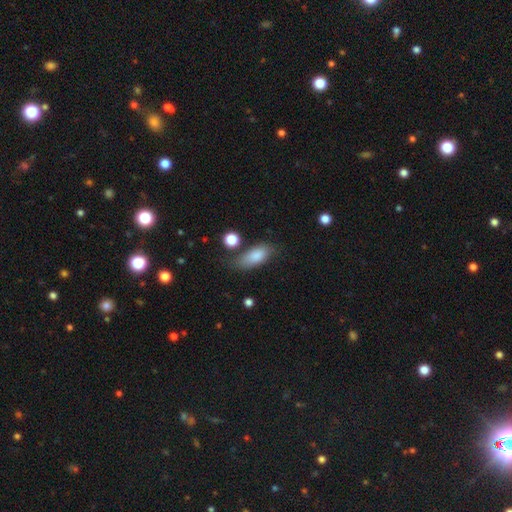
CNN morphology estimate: This is clearly a smooth galaxy (84%). How rounded: clearly in between (82%). Merging: likely none (63%).